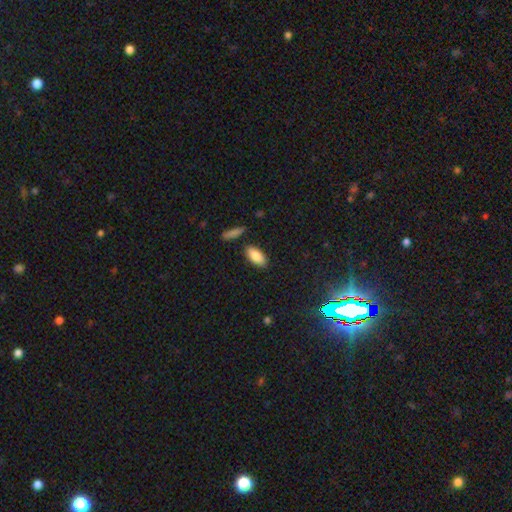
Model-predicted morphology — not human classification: Q: Smooth or featured?
A: smooth (84%); runner-up: featured or disk (9%)
Q: How rounded?
A: in between (88%); runner-up: cigar-shaped (10%)
Q: Merging?
A: none (85%); runner-up: minor disturbance (10%)